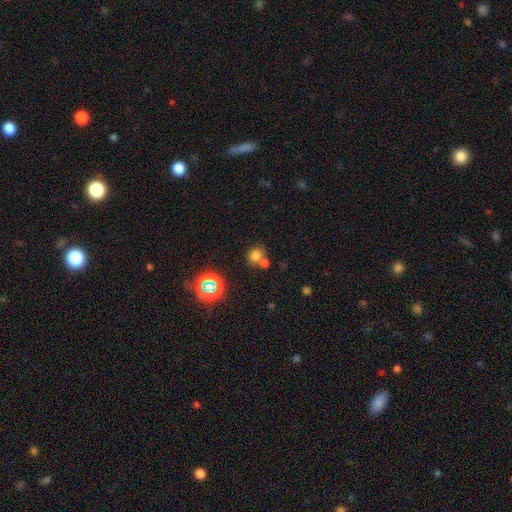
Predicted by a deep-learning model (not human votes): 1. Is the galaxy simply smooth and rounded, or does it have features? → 70% smooth, 21% star or artifact, 9% featured or disk.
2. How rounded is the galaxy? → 72% round, 27% in between, 1% cigar-shaped.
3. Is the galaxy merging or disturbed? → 51% none, 37% merger, 8% minor disturbance, 4% major disturbance.